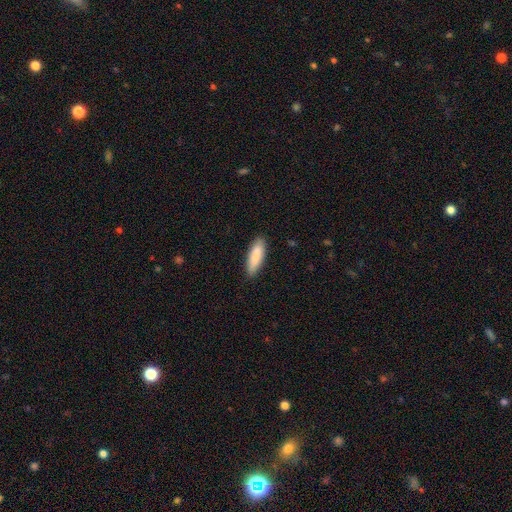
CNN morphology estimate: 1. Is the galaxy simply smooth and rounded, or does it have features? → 87% smooth, 7% featured or disk, 6% star or artifact.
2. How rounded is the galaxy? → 55% cigar-shaped, 44% in between, 1% round.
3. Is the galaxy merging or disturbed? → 87% none, 10% minor disturbance, 2% major disturbance, 1% merger.